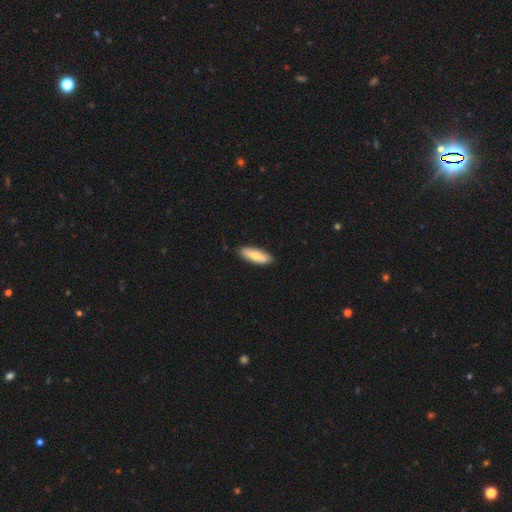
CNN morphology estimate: This is likely a smooth galaxy (73%). How rounded: possibly in between (57%). Merging: clearly none (88%).